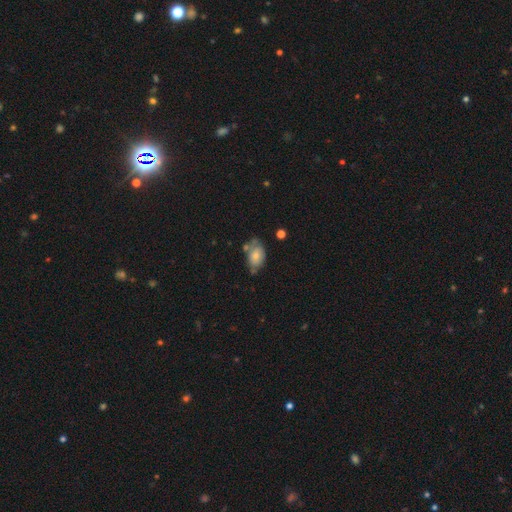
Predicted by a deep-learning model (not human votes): This appears to be a smooth galaxy with no disk features (70%) that is in between round and cigar-shaped (86%). Merging: none (47%).